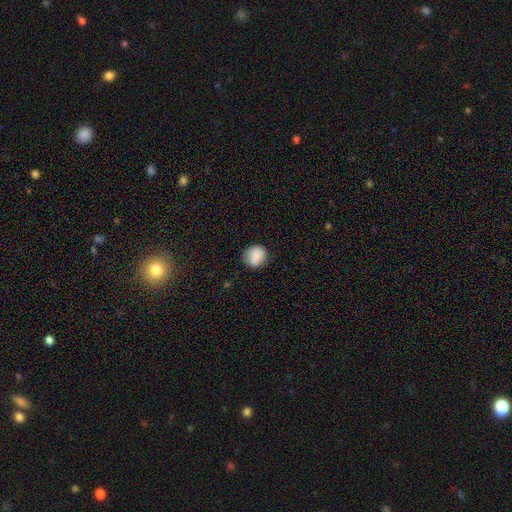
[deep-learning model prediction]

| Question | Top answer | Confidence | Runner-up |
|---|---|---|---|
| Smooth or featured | smooth | 86% | star or artifact (8%) |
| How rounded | round | 67% | in between (32%) |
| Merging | none | 76% | minor disturbance (18%) |